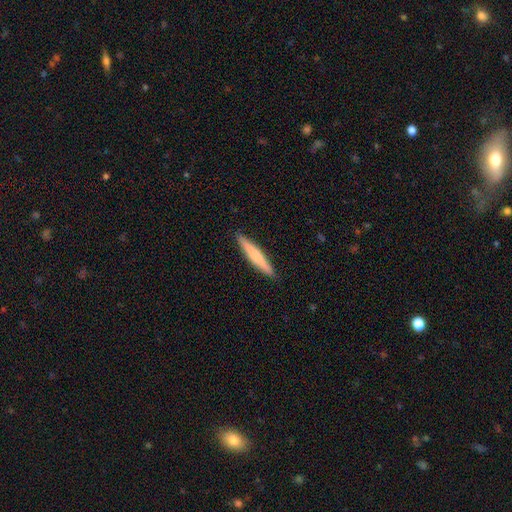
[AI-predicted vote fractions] A smooth galaxy with no disk features (61%) that is cigar-shaped (94%). Merging: none (91%).